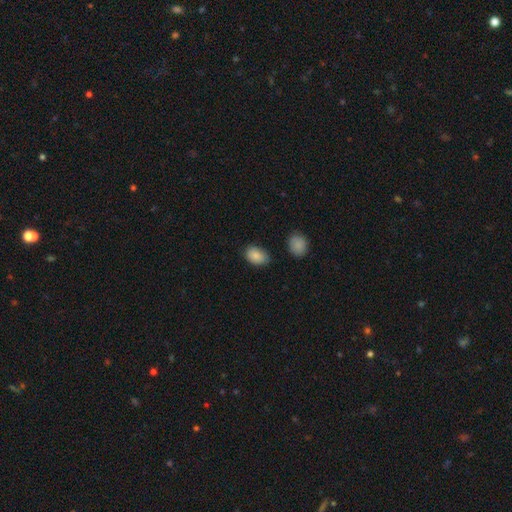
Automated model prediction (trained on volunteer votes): This appears to be a smooth galaxy with no disk features (87%) that is in between round and cigar-shaped (84%). Merging: none (77%).